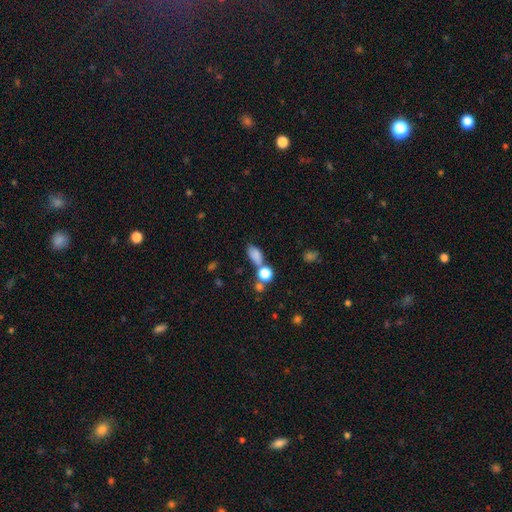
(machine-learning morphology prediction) Overall: smooth (78%). How rounded: in between (79%). Merging: none (51%; merger 25%).